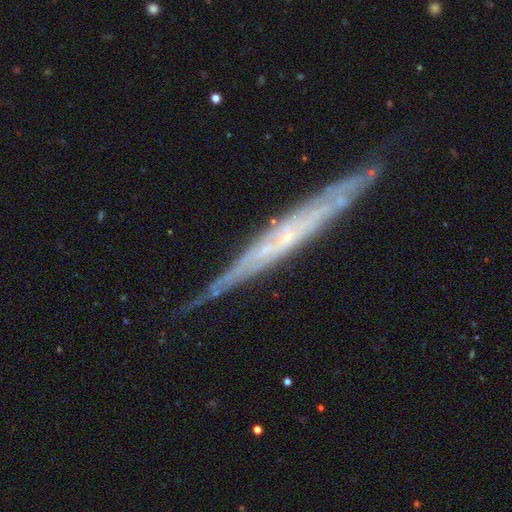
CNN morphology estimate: Smooth or featured? Predicted: featured or disk (p=0.77). Edge-on disk? Predicted: yes (p=0.87). Edge-on bulge? Predicted: none (p=0.75). Merging? Predicted: none (p=0.78).